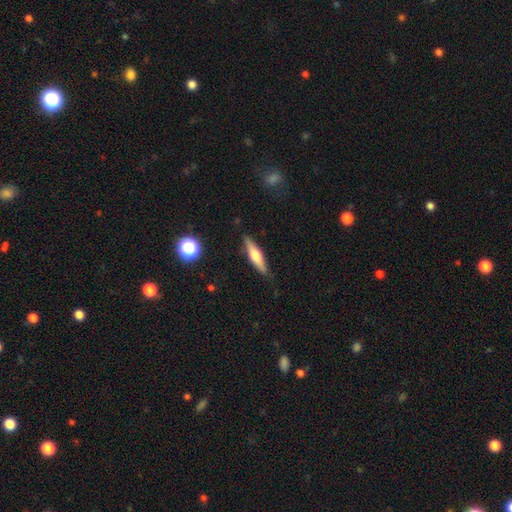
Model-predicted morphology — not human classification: A featured or disk galaxy (52%) viewed edge-on (94%). Merging: none (86%).